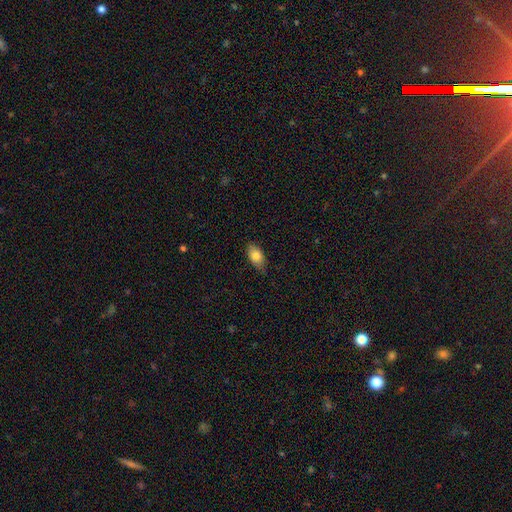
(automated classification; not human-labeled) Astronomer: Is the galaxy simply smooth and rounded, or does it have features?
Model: smooth — 80%.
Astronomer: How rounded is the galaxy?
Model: in between — 90%.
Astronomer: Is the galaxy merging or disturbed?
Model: none — 76%.